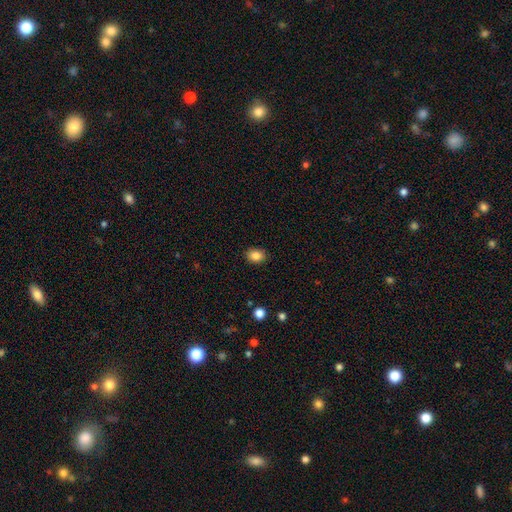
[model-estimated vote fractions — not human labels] Smooth or featured? Predicted: smooth (p=0.85). How rounded? Predicted: in between (p=0.63). Merging? Predicted: none (p=0.89).